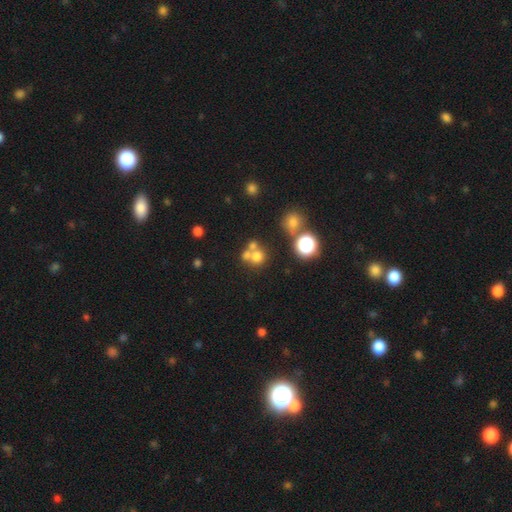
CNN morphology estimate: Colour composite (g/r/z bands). It shows a smooth galaxy with no disk features (64%) that is round (86%). Merging: none (48%).